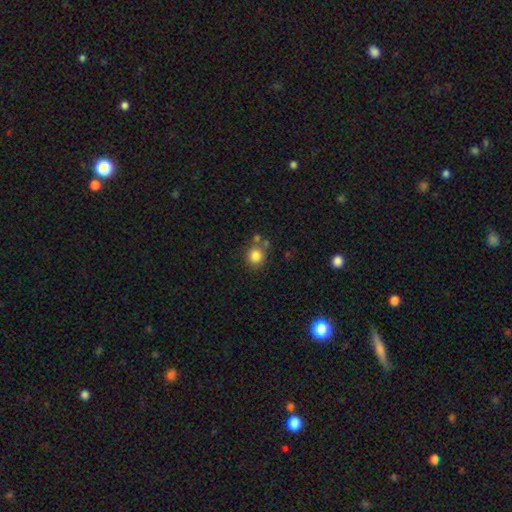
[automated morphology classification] This appears to be a smooth galaxy with no disk features (83%) that is round (89%). Merging: none (71%).